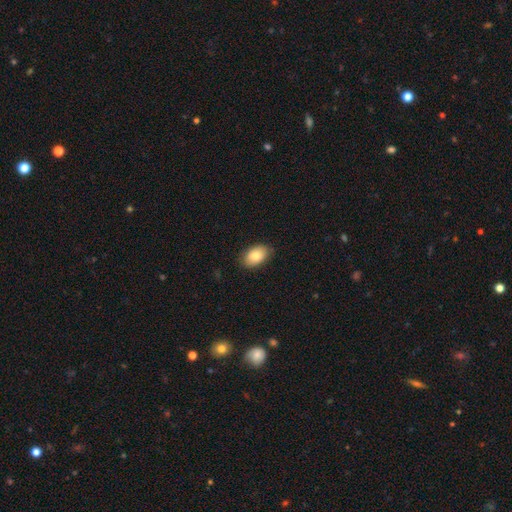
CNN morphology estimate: Q: Smooth or featured?
A: smooth (83%); runner-up: featured or disk (11%)
Q: How rounded?
A: in between (91%); runner-up: round (8%)
Q: Merging?
A: none (85%); runner-up: minor disturbance (12%)